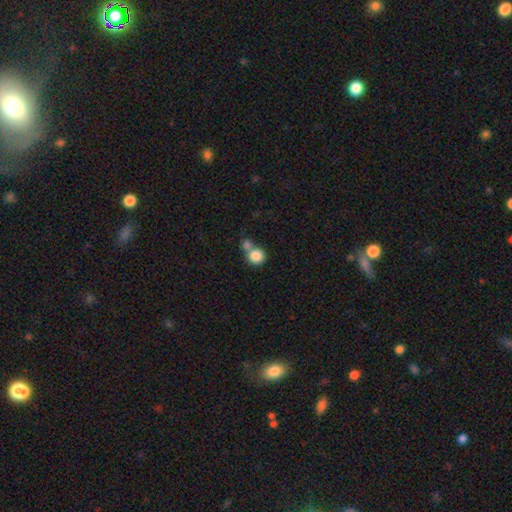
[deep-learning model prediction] smooth-or-featured: smooth: 84% | star or artifact: 9% | featured or disk: 7%
  how-rounded: round: 87% | in between: 12% | cigar-shaped: 1%
  merging: merger: 46% | none: 44% | minor disturbance: 8% | major disturbance: 3%